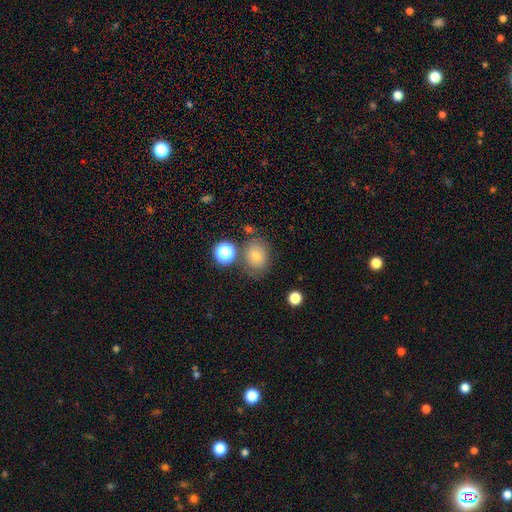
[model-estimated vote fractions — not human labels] Q: Smooth or featured?
A: smooth (62%); runner-up: star or artifact (19%)
Q: How rounded?
A: in between (52%); runner-up: round (47%)
Q: Merging?
A: none (70%); runner-up: minor disturbance (15%)